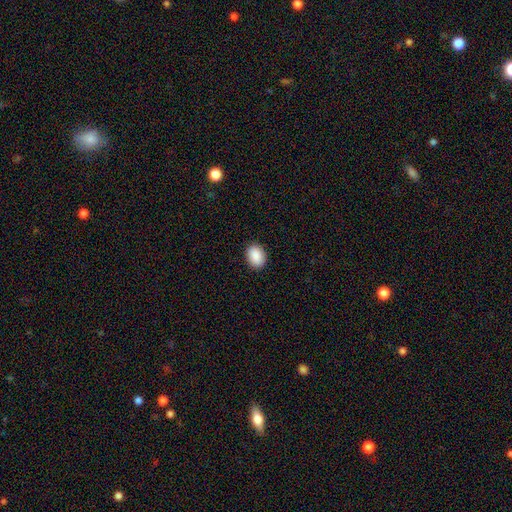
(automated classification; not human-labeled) Morphology: type=smooth (91%); roundness=in between (77%); merging=none (90%).